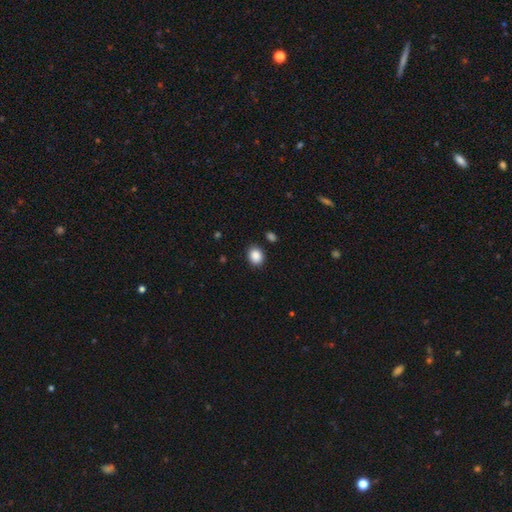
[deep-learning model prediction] Smooth or featured: smooth — 89% (star or artifact — 8%)
How rounded: round — 52% (in between — 47%)
Merging: none — 87% (minor disturbance — 9%)